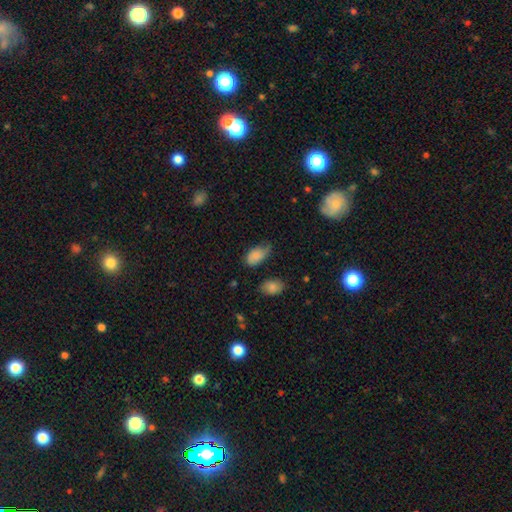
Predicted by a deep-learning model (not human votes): Smooth or featured: smooth — 79% (featured or disk — 12%)
How rounded: in between — 92% (round — 6%)
Merging: none — 41% (minor disturbance — 40%)